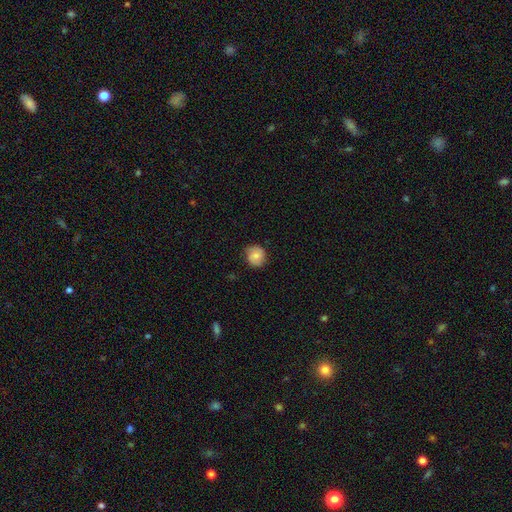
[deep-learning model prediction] smooth_or_featured: smooth (p=0.79) [alt: featured or disk p=0.14]
how_rounded: round (p=0.86) [alt: in between p=0.13]
merging: none (p=0.80) [alt: minor disturbance p=0.16]